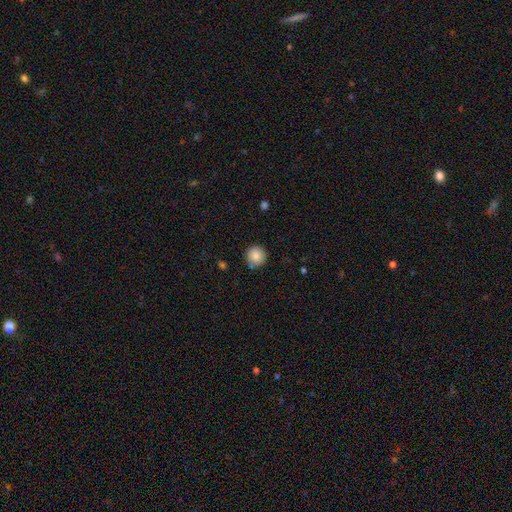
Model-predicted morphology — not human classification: This appears to be a smooth galaxy with no disk features (86%) that is round (94%). Merging: none (84%).